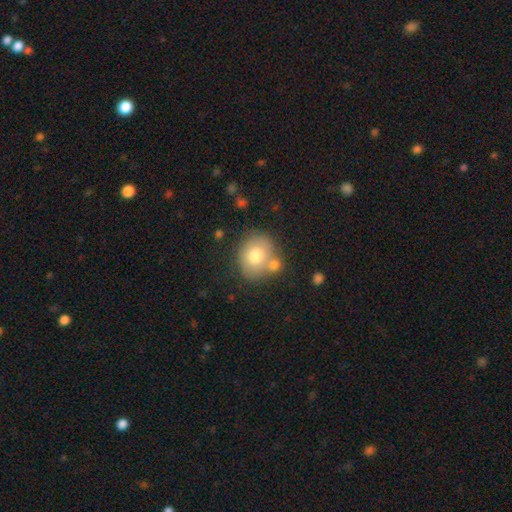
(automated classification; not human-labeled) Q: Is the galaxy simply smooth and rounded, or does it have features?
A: smooth — 74%.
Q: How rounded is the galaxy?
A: round — 71%.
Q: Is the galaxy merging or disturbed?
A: none — 61%.